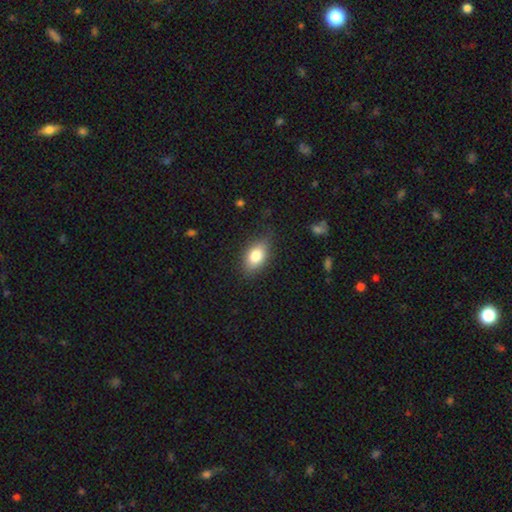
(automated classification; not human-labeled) Smooth or featured? Predicted: smooth (p=0.80). How rounded? Predicted: in between (p=0.86). Merging? Predicted: none (p=0.76).